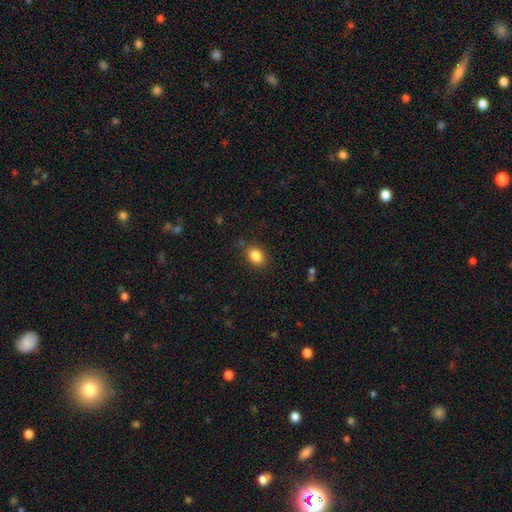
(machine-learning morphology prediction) A smooth galaxy with no disk features (85%) that is in between round and cigar-shaped (68%). Merging: none (83%).